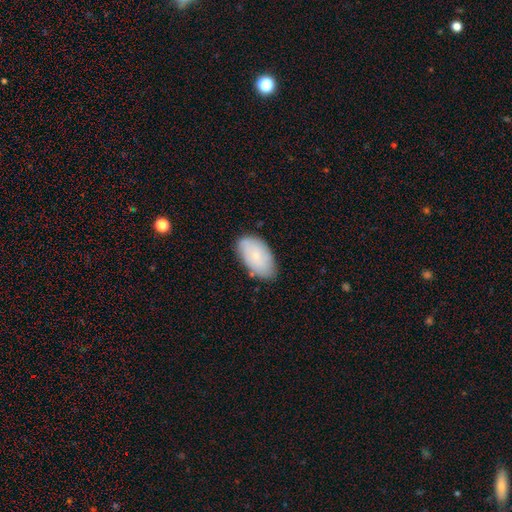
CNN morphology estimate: Smooth or featured? smooth (69%)
How rounded? in between (94%)
Merging? none (76%)